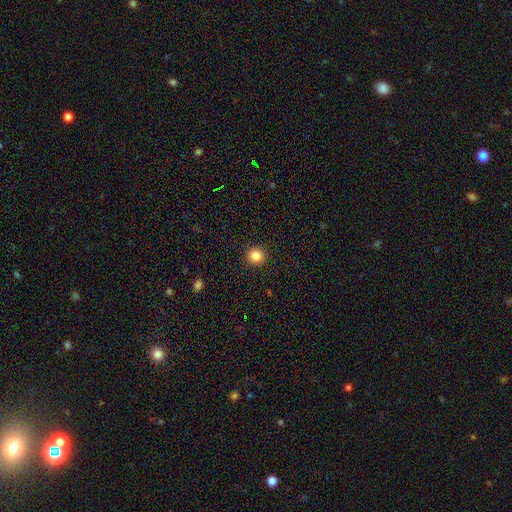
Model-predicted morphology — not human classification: smooth 84%, star or artifact 11%, featured or disk 4%. Down the decision tree: how rounded — round (92%); merging — none (93%).